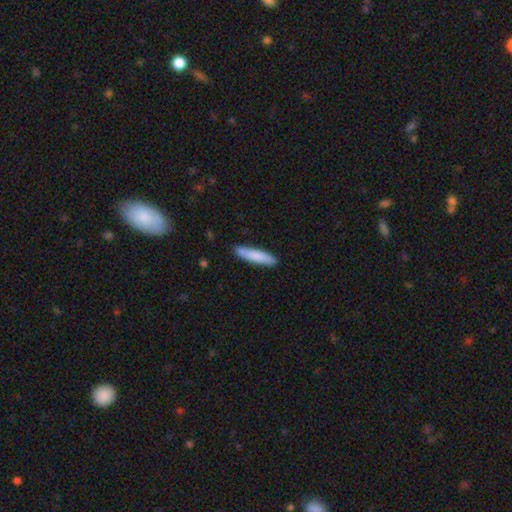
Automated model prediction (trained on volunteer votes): This appears to be a smooth galaxy with no disk features (80%) that is cigar-shaped (85%). Merging: none (86%).